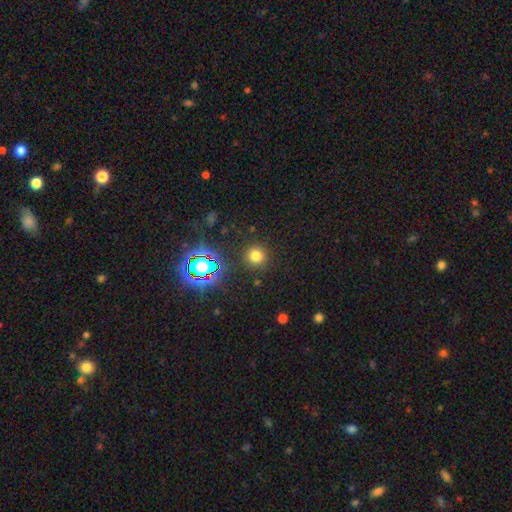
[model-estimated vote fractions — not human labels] Smooth or featured: smooth — 71% (star or artifact — 22%)
How rounded: round — 93% (in between — 6%)
Merging: none — 88% (minor disturbance — 6%)